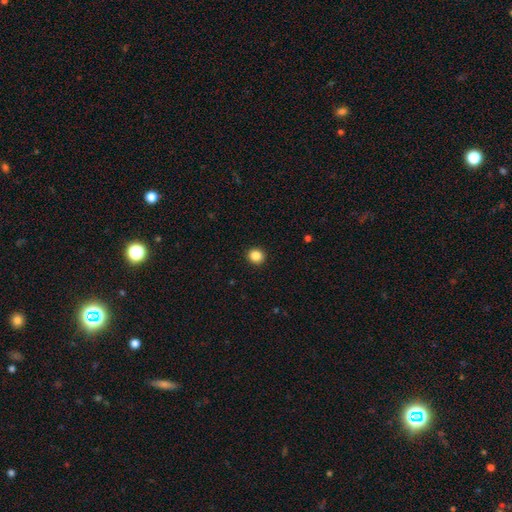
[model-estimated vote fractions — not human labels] The model was most divided on "smooth or featured": smooth: 87%, star or artifact: 10%, featured or disk: 3%. More confident: merging — none (93%); how rounded — round (88%).